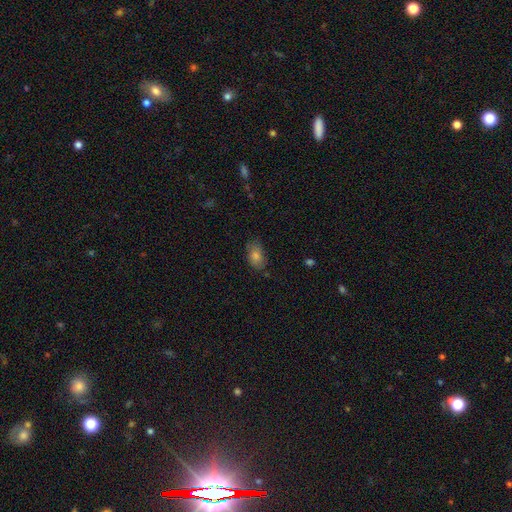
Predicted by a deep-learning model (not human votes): smooth 75%, featured or disk 13%, star or artifact 12%. Down the decision tree: how rounded — in between (86%); merging — none (75%).